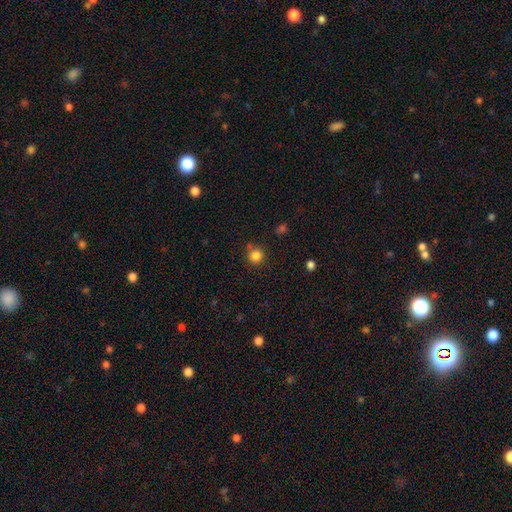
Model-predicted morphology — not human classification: Smooth or featured: smooth — 83% (star or artifact — 12%)
How rounded: round — 93% (in between — 6%)
Merging: none — 77% (minor disturbance — 11%)